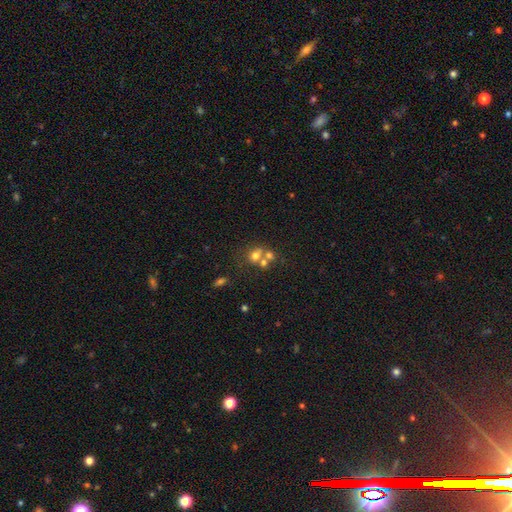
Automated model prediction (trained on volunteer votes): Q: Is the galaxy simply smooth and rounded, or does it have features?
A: smooth — 62%.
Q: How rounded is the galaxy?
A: round — 61%.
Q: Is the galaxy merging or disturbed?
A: merger — 51%.